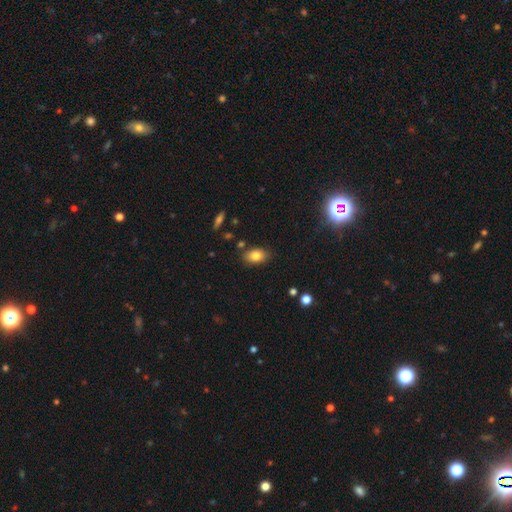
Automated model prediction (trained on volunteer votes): This is clearly a smooth galaxy (81%). How rounded: clearly in between (87%). Merging: clearly none (81%).